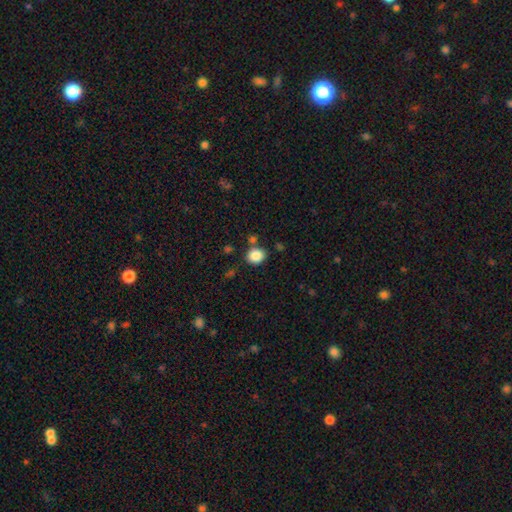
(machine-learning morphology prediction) Smooth or featured? Predicted: smooth (p=0.86). How rounded? Predicted: round (p=0.73). Merging? Predicted: none (p=0.76).